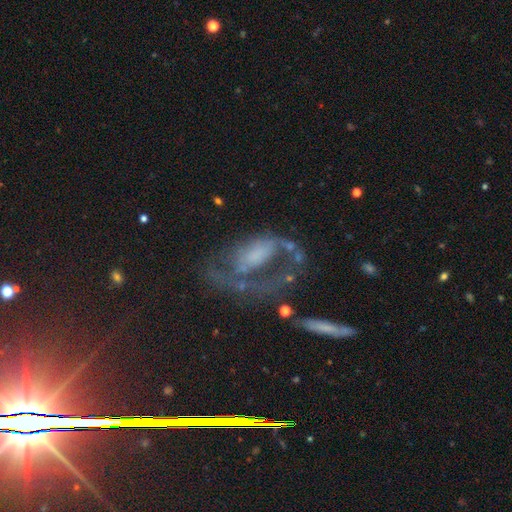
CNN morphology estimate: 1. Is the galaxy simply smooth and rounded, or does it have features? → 65% featured or disk, 20% smooth, 15% star or artifact.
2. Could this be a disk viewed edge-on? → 94% no, 6% yes.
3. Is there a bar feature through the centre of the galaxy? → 69% no, 21% weak, 9% strong.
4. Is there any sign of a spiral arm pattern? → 60% yes, 40% no.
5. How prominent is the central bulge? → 34% none, 26% moderate, 19% small, 17% large, 4% dominant.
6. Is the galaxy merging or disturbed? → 47% major disturbance, 30% none, 16% minor disturbance, 8% merger.